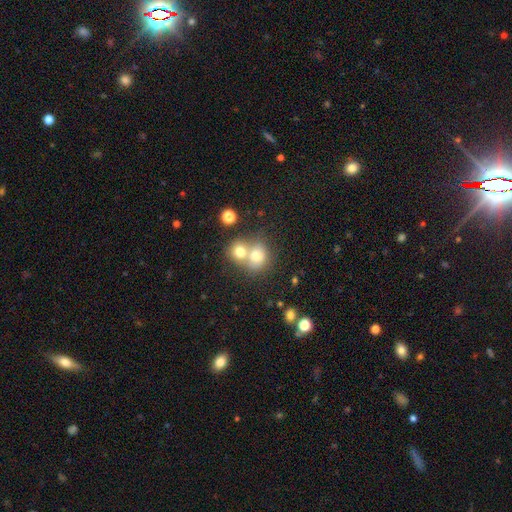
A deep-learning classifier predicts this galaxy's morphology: A smooth galaxy with no disk features (71%) that is round (75%). Merging: merger (60%).